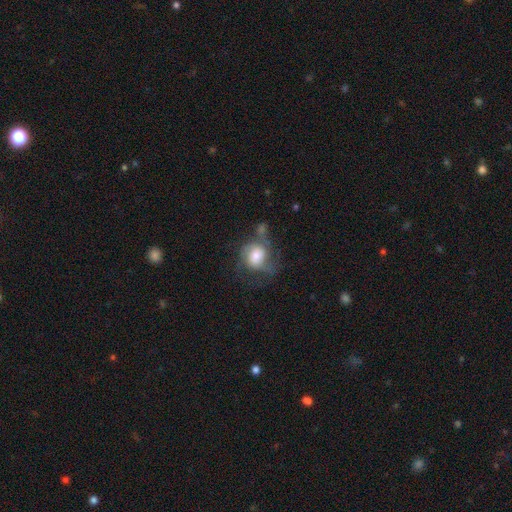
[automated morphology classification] This appears to be a smooth galaxy with no disk features (49%). Merging: none (34%).